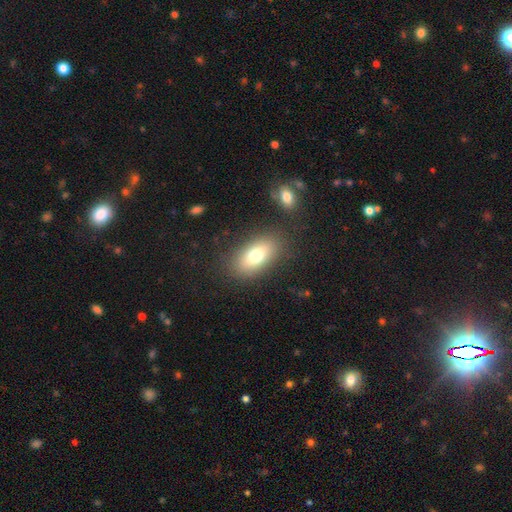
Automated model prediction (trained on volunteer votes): Q: Smooth or featured?
A: smooth (74%); runner-up: featured or disk (17%)
Q: How rounded?
A: in between (88%); runner-up: round (7%)
Q: Merging?
A: none (83%); runner-up: minor disturbance (10%)